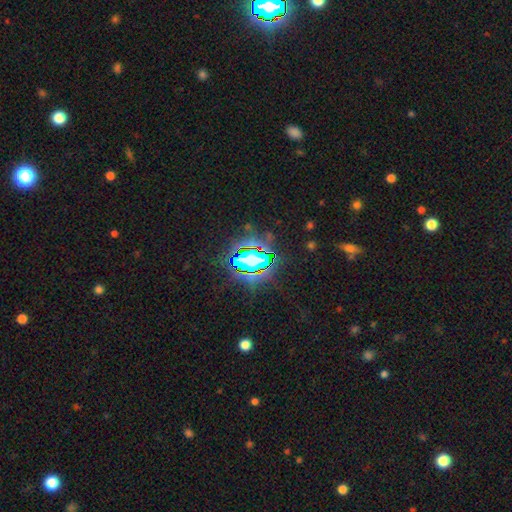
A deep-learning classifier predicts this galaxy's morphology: The model was most divided on "smooth or featured": star or artifact: 75%, smooth: 14%, featured or disk: 11%.